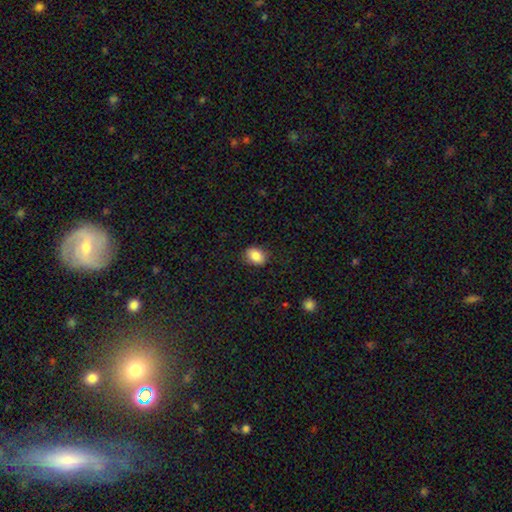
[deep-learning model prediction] smooth-or-featured: smooth: 86% | star or artifact: 8% | featured or disk: 6%
  how-rounded: in between: 68% | round: 31% | cigar-shaped: 1%
  merging: none: 85% | minor disturbance: 12% | major disturbance: 3% | merger: 1%